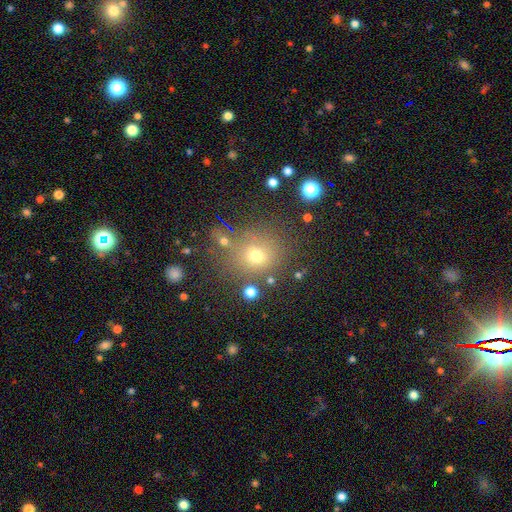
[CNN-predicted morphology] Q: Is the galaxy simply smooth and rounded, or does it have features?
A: smooth — 65%.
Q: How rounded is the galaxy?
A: round — 81%.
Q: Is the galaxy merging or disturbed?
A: none — 70%.